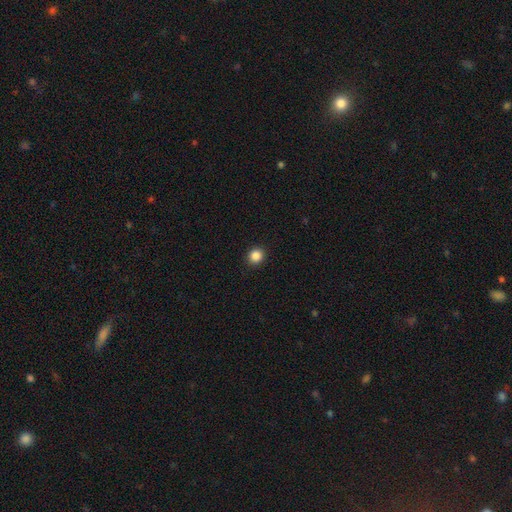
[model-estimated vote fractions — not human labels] smooth 86%, star or artifact 11%, featured or disk 3%. Down the decision tree: how rounded — round (89%); merging — none (92%).